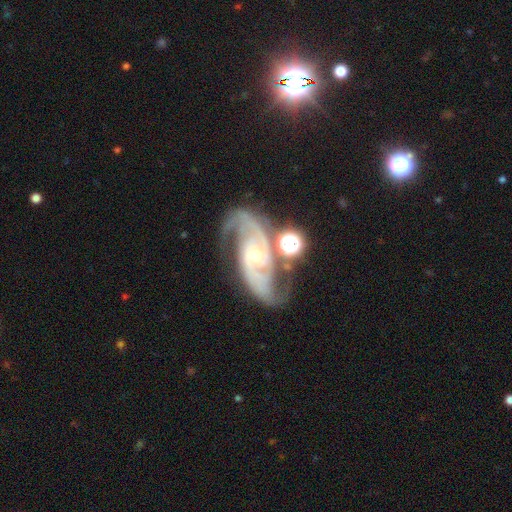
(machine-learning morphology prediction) smooth-or-featured: featured or disk: 90% | star or artifact: 6% | smooth: 4%
  disk-edge-on: no: 97% | yes: 3%
    bar: no: 54% | weak: 31% | strong: 15%
    has-spiral-arms: yes: 98% | no: 2%
      spiral-winding: medium: 54% | tight: 30% | loose: 16%
      spiral-arm-count: 2: 87% | 3: 5% | can't tell: 3% | 1: 2% | 4: 2% | more than 4: 2%
    bulge-size: small: 60% | moderate: 36% | large: 2% | none: 1% | dominant: 1%
  merging: none: 63% | minor disturbance: 17% | merger: 10% | major disturbance: 9%